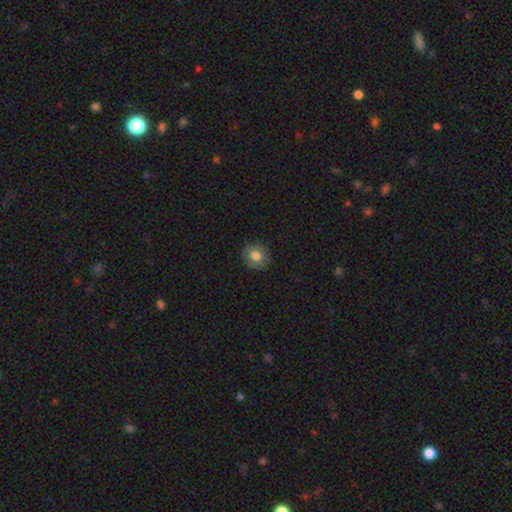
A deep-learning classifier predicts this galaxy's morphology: smooth 74%, featured or disk 17%, star or artifact 9%. Down the decision tree: how rounded — round (84%); merging — none (85%).